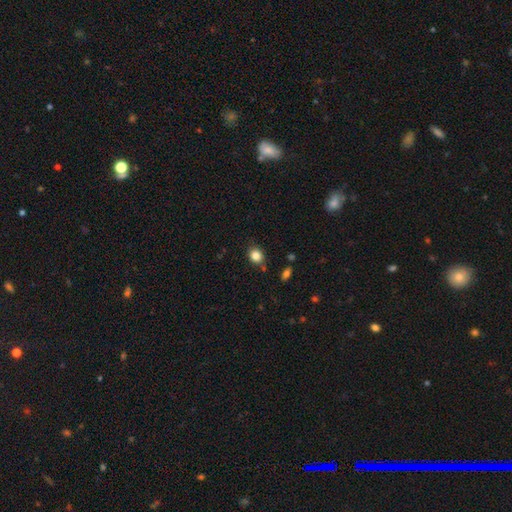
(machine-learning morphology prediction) This is clearly a smooth galaxy (83%). How rounded: likely round (63%). Merging: clearly none (81%).